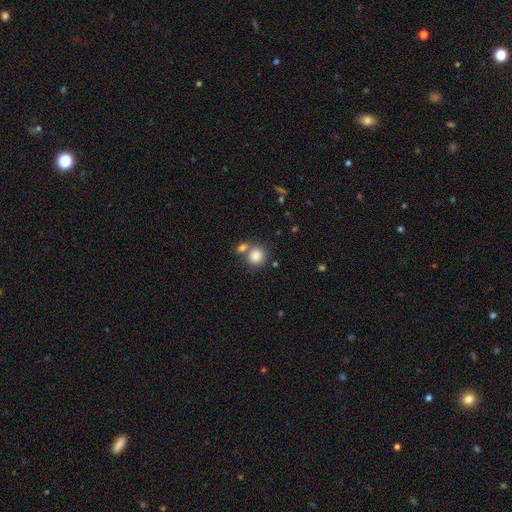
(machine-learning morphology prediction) This appears to be a smooth galaxy with no disk features (85%) that is round (85%). Merging: none (57%).